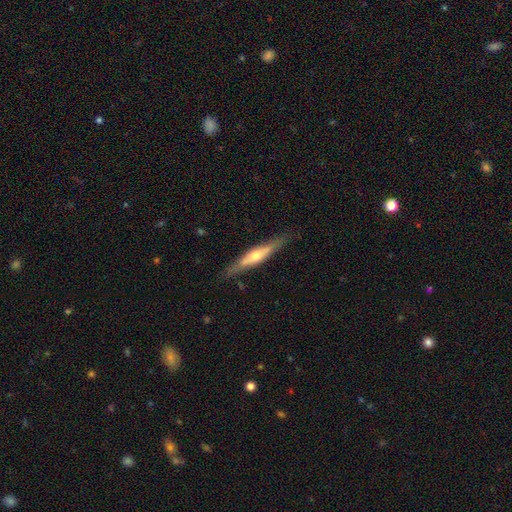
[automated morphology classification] Q: Smooth or featured?
A: featured or disk (62%); runner-up: smooth (33%)
Q: Edge-on disk?
A: yes (93%); runner-up: no (7%)
Q: Edge-on bulge?
A: rounded (84%); runner-up: none (9%)
Q: Merging?
A: none (85%); runner-up: minor disturbance (12%)